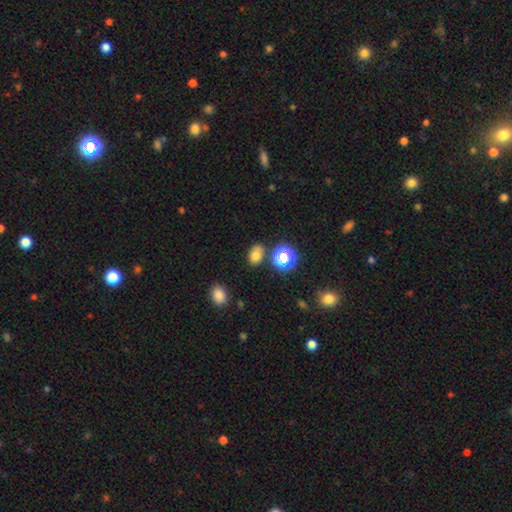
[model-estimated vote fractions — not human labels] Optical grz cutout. It shows a smooth galaxy with no disk features (71%) that is in between round and cigar-shaped (78%). Merging: none (75%).